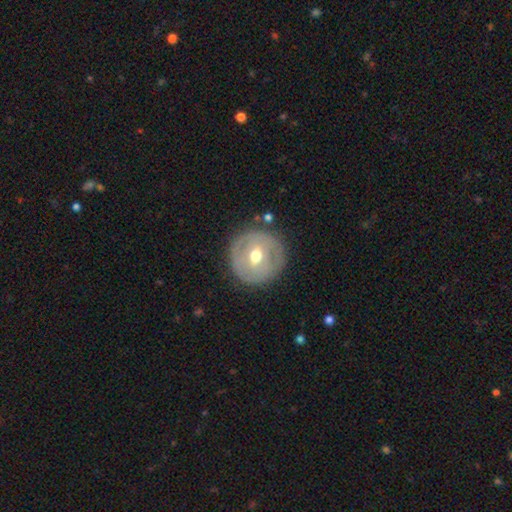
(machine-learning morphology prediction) featured or disk 55%, smooth 38%, star or artifact 6%. Down the decision tree: edge-on disk — no (94%); bar — weak (48%); spiral arms — no (66%); bulge size — moderate (77%); merging — none (81%).